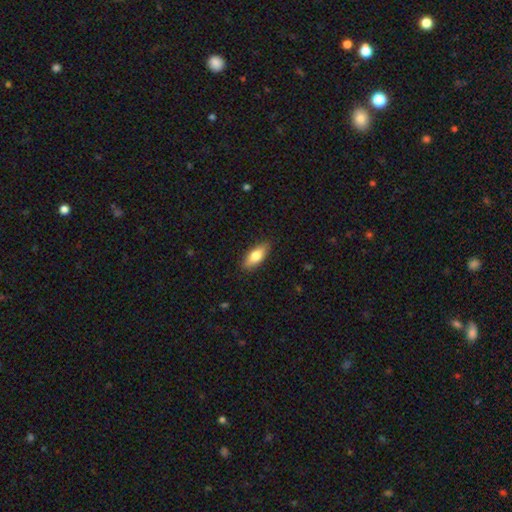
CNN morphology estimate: smooth_or_featured: smooth (p=0.70) [alt: featured or disk p=0.24]
how_rounded: in between (p=0.73) [alt: cigar-shaped p=0.24]
merging: none (p=0.87) [alt: minor disturbance p=0.09]